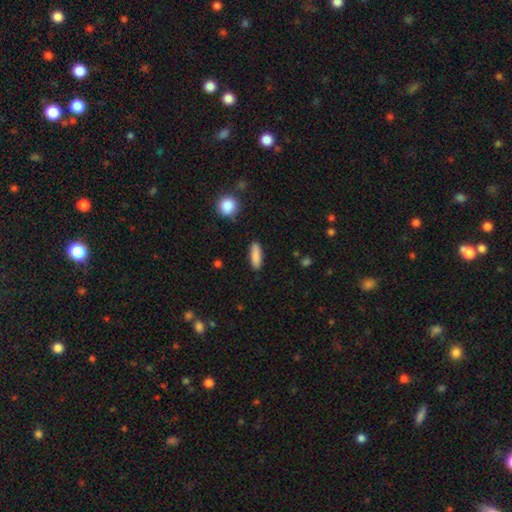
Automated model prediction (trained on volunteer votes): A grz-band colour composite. It shows a smooth galaxy with no disk features (87%) that is cigar-shaped (52%). Merging: none (87%).